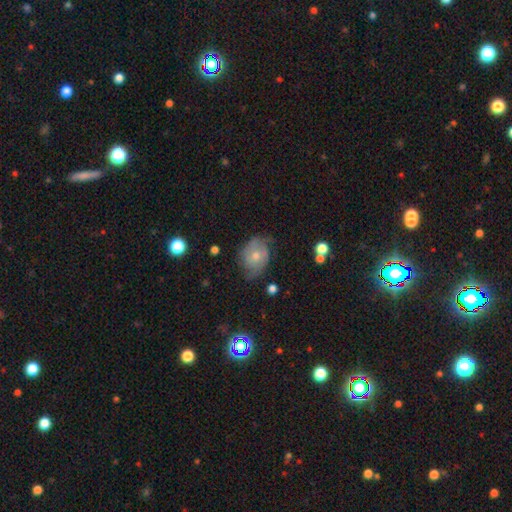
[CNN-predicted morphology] smooth_or_featured: featured or disk (p=0.53) [alt: smooth p=0.40]
disk_edge_on: no (p=0.96) [alt: yes p=0.04]
bar: no (p=0.81) [alt: weak p=0.17]
has_spiral_arms: yes (p=0.73) [alt: no p=0.27]
bulge_size: small (p=0.52) [alt: moderate p=0.43]
merging: none (p=0.53) [alt: minor disturbance p=0.31]